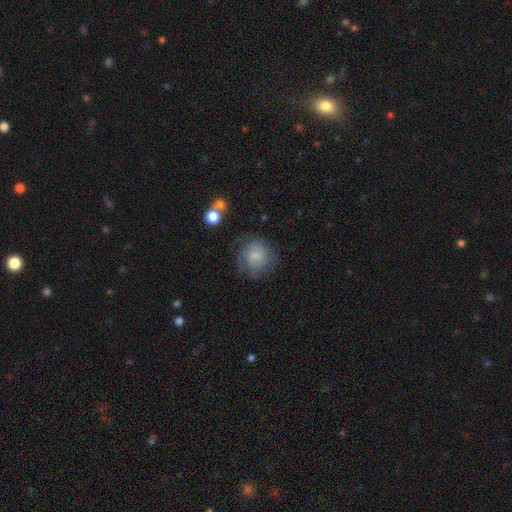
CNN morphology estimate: This appears to be a smooth galaxy with no disk features (57%) that is round (79%). Merging: none (63%).